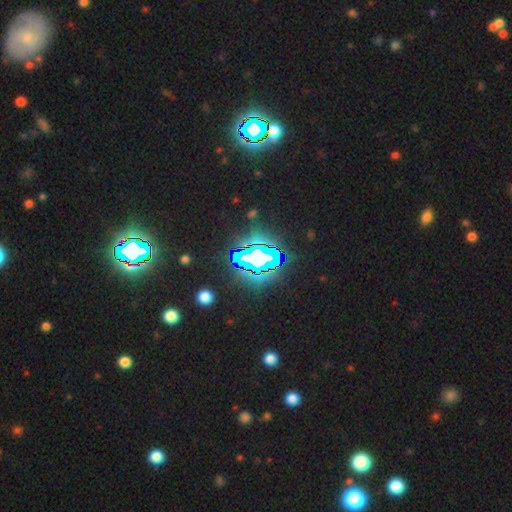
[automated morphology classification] Smooth or featured?
  - star or artifact: 71% *
  - smooth: 15%
  - featured or disk: 14%